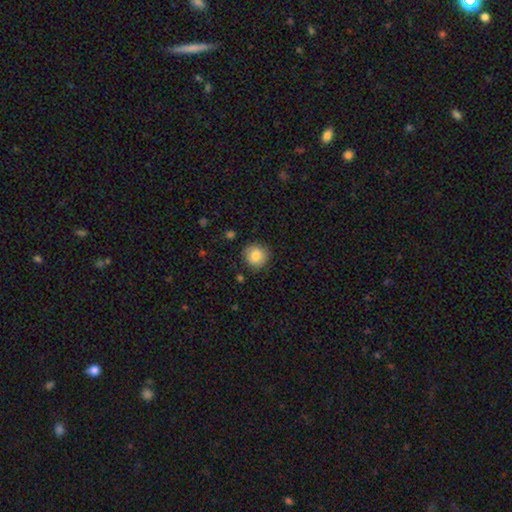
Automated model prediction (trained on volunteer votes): Smooth or featured: smooth — 82% (featured or disk — 9%)
How rounded: round — 92% (in between — 8%)
Merging: none — 86% (minor disturbance — 10%)